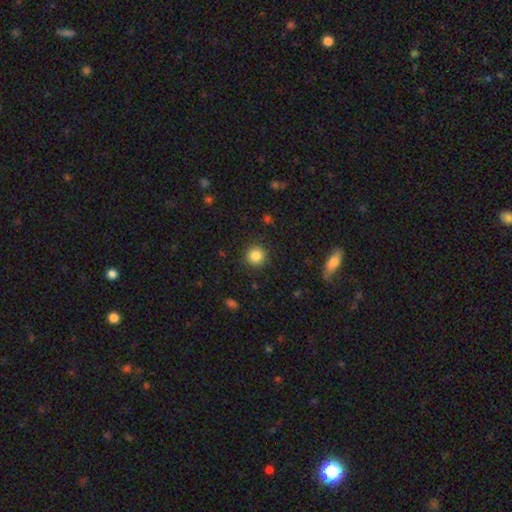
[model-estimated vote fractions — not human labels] smooth-or-featured: smooth: 85% | star or artifact: 11% | featured or disk: 5%
  how-rounded: round: 94% | in between: 5% | cigar-shaped: 1%
  merging: none: 90% | minor disturbance: 6% | major disturbance: 2% | merger: 1%